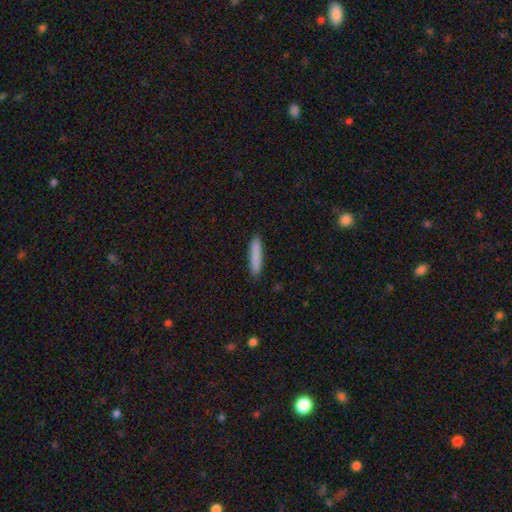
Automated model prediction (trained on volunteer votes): Q: Smooth or featured?
A: smooth (86%); runner-up: featured or disk (8%)
Q: How rounded?
A: cigar-shaped (88%); runner-up: in between (10%)
Q: Merging?
A: none (90%); runner-up: minor disturbance (7%)